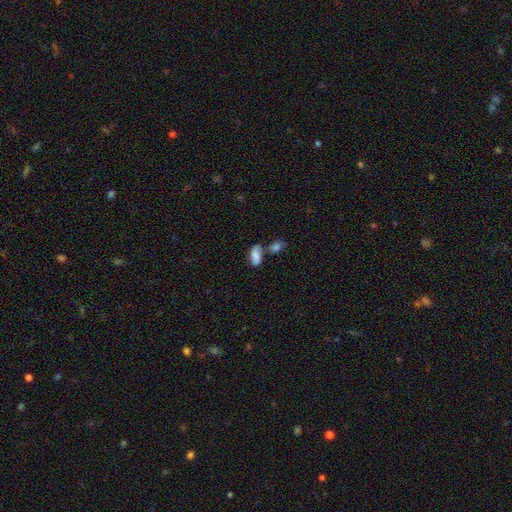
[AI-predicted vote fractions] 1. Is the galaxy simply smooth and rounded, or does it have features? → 79% smooth, 13% featured or disk, 8% star or artifact.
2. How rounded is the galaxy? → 90% in between, 5% cigar-shaped, 5% round.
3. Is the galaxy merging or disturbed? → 43% none, 34% merger, 17% minor disturbance, 7% major disturbance.